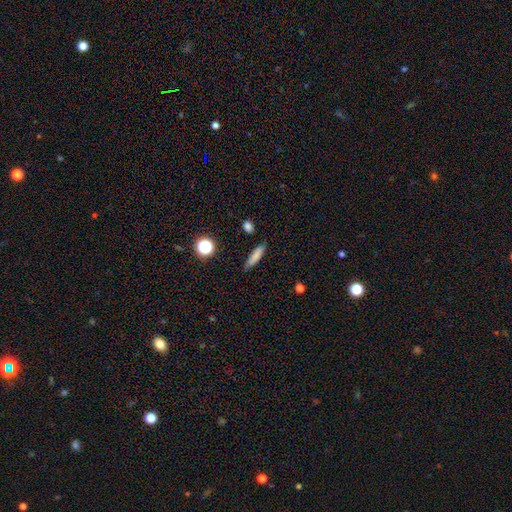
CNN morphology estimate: Smooth or featured? smooth (80%)
How rounded? cigar-shaped (80%)
Merging? none (82%)